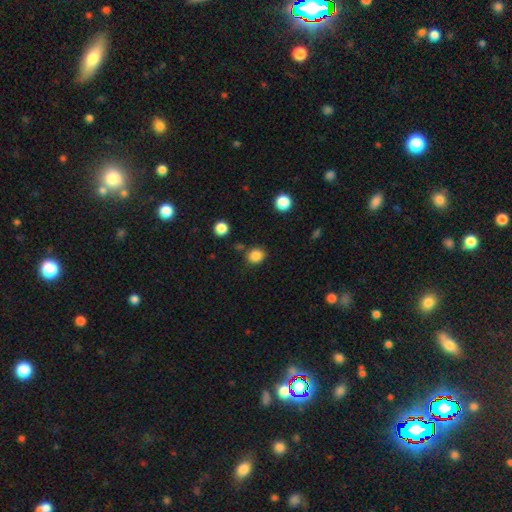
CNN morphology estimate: smooth 84%, star or artifact 11%, featured or disk 4%. Down the decision tree: how rounded — round (71%); merging — none (79%).